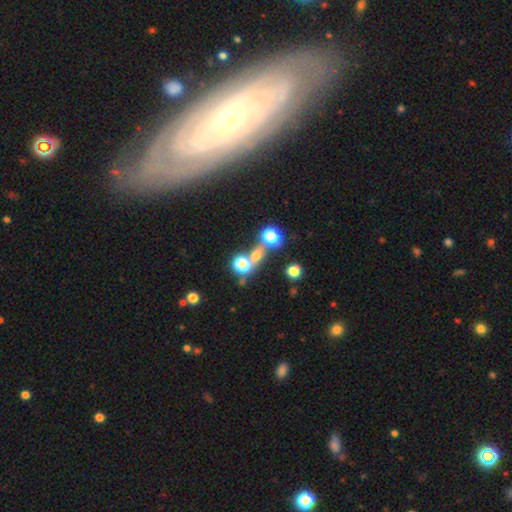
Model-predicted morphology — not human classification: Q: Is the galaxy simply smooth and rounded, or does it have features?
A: smooth — 47%.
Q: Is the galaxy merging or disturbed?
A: none — 50%.